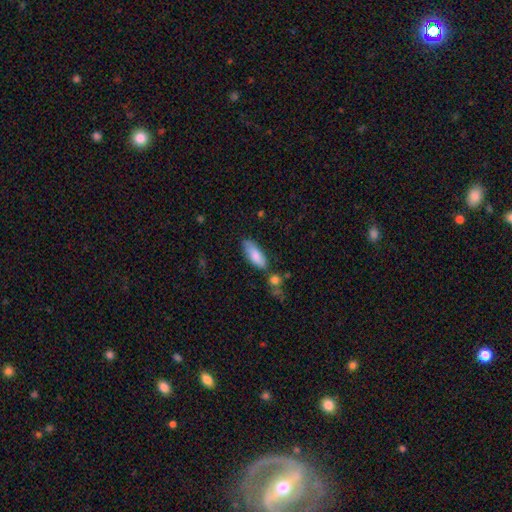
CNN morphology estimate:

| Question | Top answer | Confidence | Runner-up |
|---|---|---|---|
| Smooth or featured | smooth | 83% | featured or disk (11%) |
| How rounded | in between | 74% | cigar-shaped (24%) |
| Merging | none | 65% | minor disturbance (22%) |